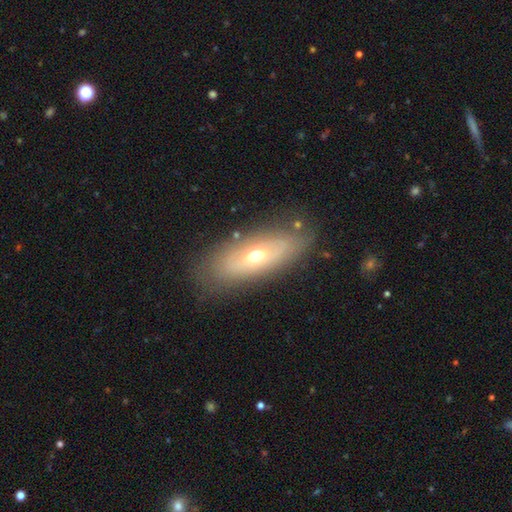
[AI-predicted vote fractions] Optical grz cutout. It shows a featured or disk galaxy (49%). Merging: none (79%).